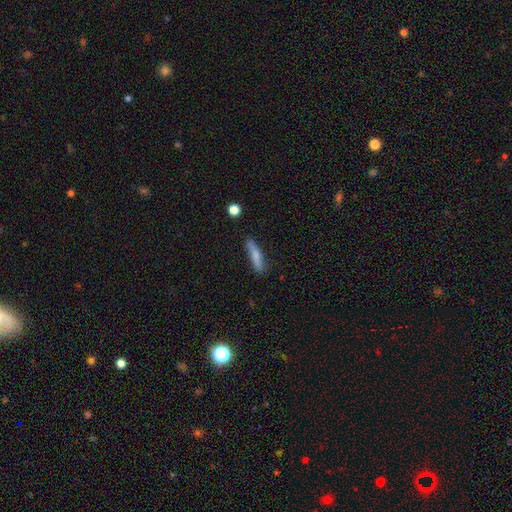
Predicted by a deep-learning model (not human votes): The model was most divided on "smooth or featured": smooth: 73%, featured or disk: 20%, star or artifact: 7%. More confident: how rounded — cigar-shaped (84%); merging — none (76%).